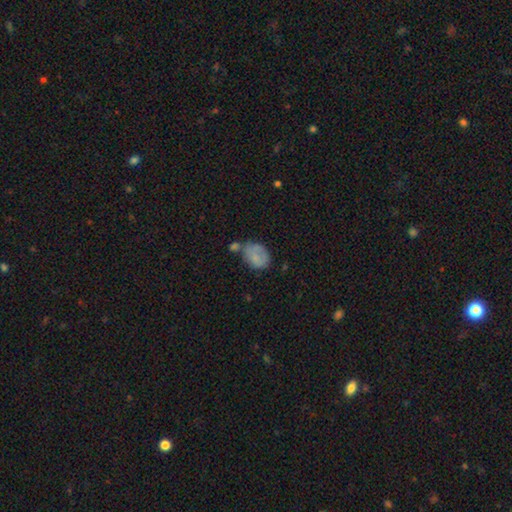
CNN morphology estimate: Smooth or featured? smooth (73%)
How rounded? in between (70%)
Merging? none (38%)